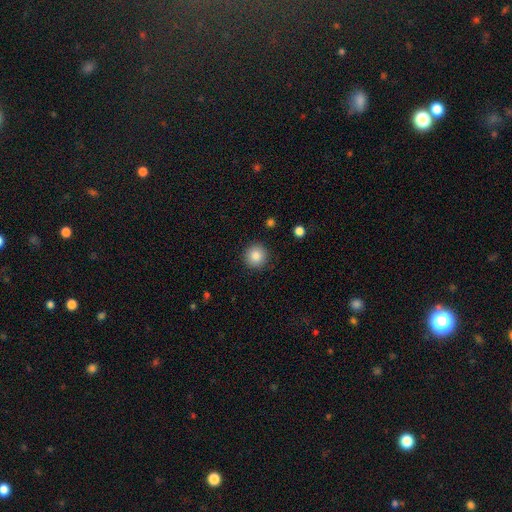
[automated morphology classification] A smooth galaxy with no disk features (86%) that is round (94%). Merging: none (90%).